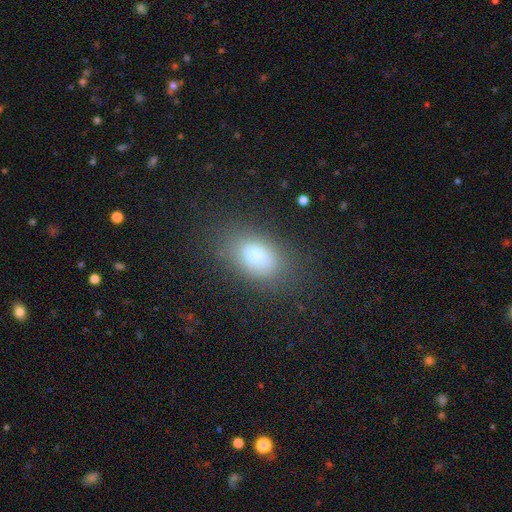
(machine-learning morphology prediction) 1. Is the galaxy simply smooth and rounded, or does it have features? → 75% smooth, 13% star or artifact, 12% featured or disk.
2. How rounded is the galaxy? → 83% in between, 15% round, 2% cigar-shaped.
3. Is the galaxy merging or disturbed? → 83% none, 11% minor disturbance, 4% major disturbance, 1% merger.